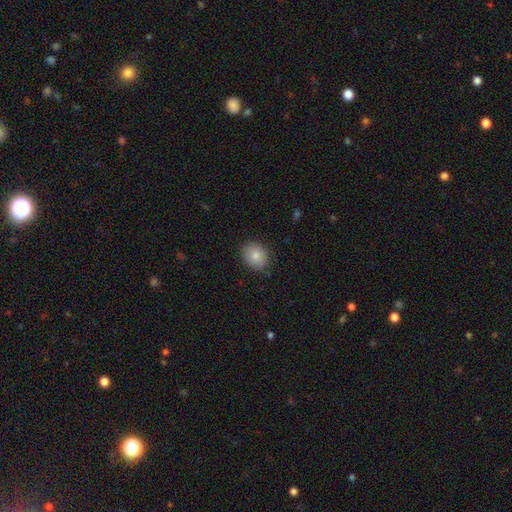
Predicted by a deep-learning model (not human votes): This is clearly a smooth galaxy (84%). How rounded: possibly round (59%). Merging: clearly none (85%).